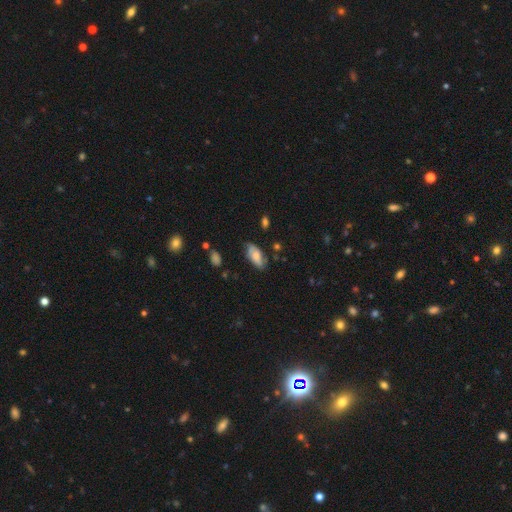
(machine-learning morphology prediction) Smooth or featured? Predicted: smooth (p=0.63). How rounded? Predicted: in between (p=0.88). Merging? Predicted: none (p=0.69).